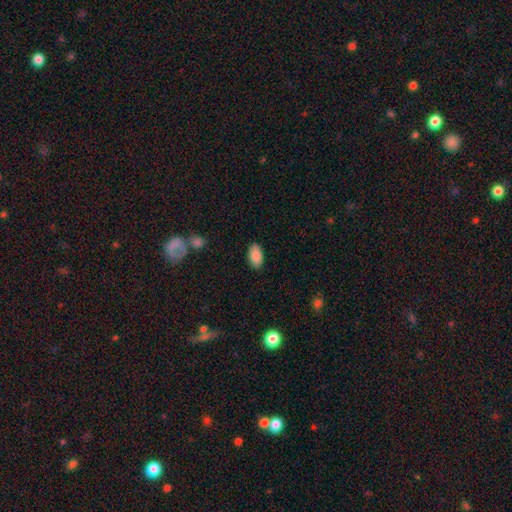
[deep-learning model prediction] Smooth or featured: smooth — 88% (star or artifact — 7%)
How rounded: in between — 94% (round — 4%)
Merging: none — 87% (minor disturbance — 10%)